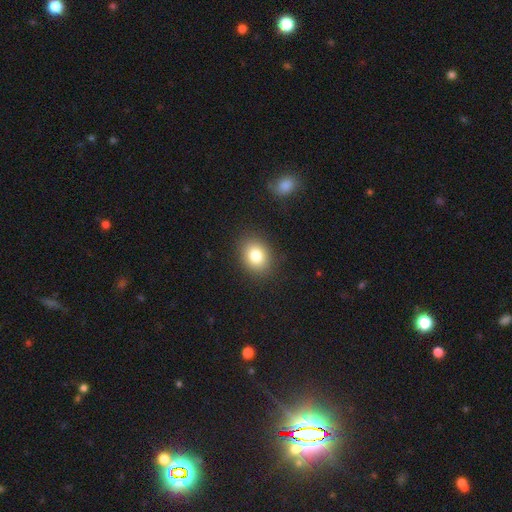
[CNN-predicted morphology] Overall: smooth (81%). How rounded: in between (51%; round 49%). Merging: none (88%).